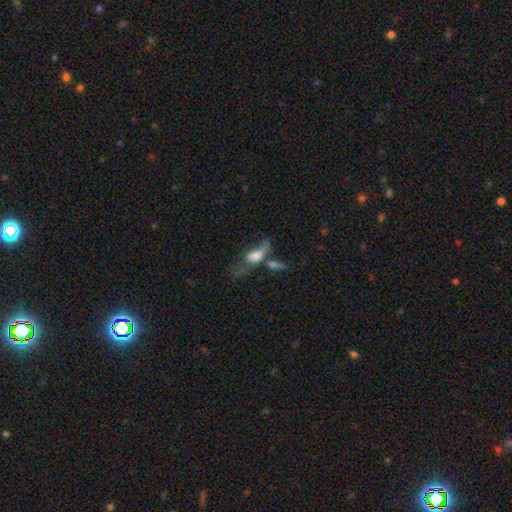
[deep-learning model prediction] Overall: smooth (57%; featured or disk 33%). How rounded: in between (74%). Merging: merger (36%; major disturbance 35%).